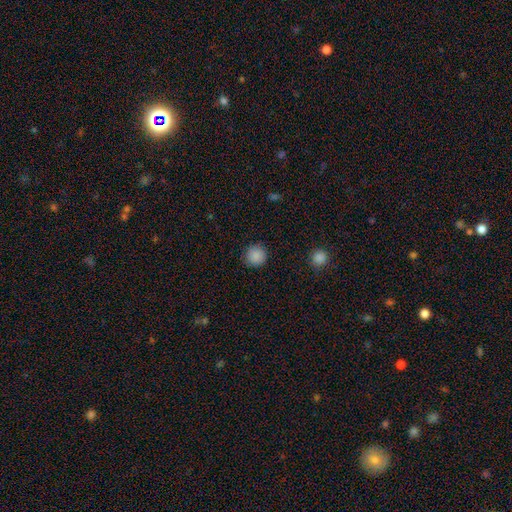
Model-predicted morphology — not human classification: smooth-or-featured: smooth: 88% | star or artifact: 9% | featured or disk: 3%
  how-rounded: round: 94% | in between: 5% | cigar-shaped: 1%
  merging: none: 90% | minor disturbance: 7% | major disturbance: 2% | merger: 1%